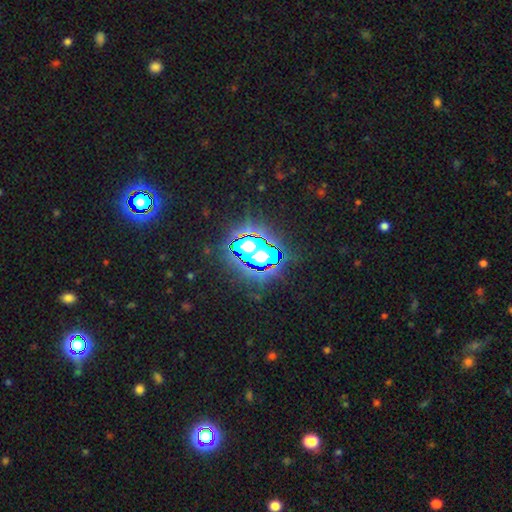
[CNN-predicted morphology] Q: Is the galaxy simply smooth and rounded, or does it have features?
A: star or artifact — 65%.